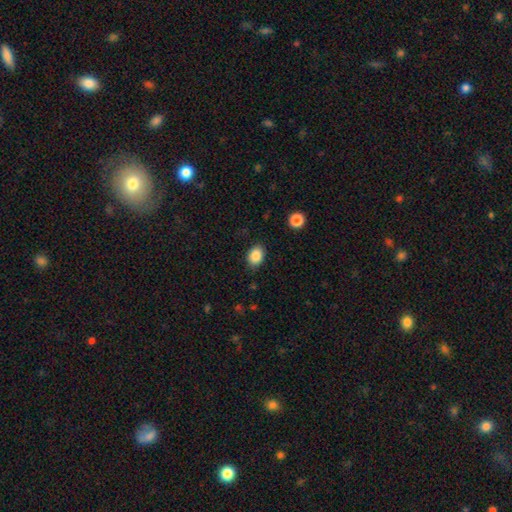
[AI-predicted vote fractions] The model was most divided on "how rounded": in between: 70%, round: 29%, cigar-shaped: 1%. More confident: smooth or featured — smooth (87%); merging — none (85%).